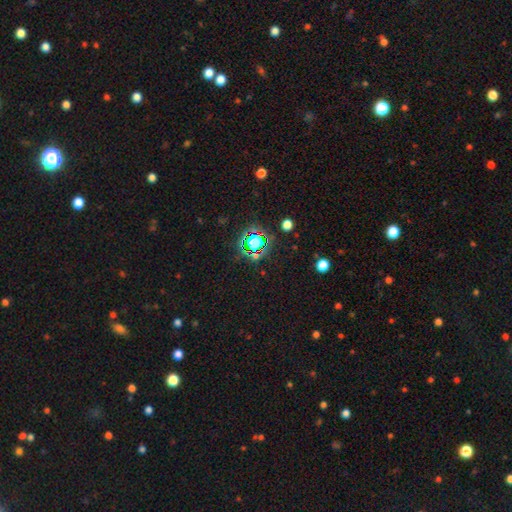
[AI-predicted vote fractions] Overall: star or artifact (76%).